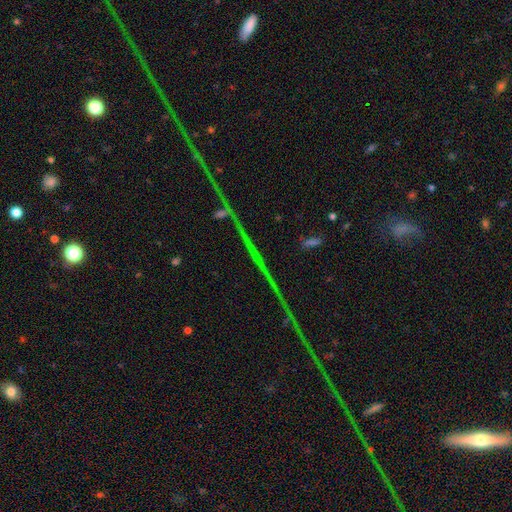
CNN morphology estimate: type=star or artifact (70%).